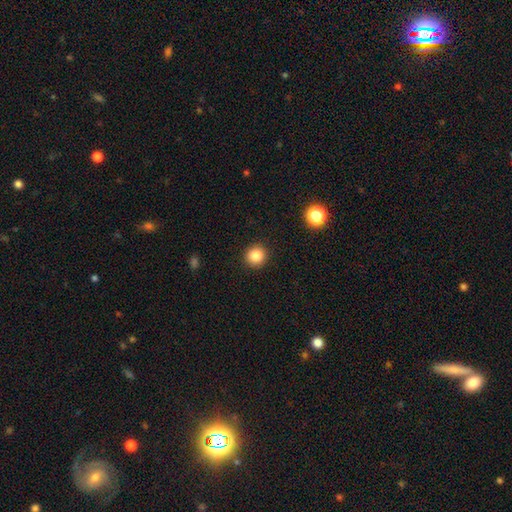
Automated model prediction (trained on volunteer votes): A smooth galaxy with no disk features (86%) that is round (92%). Merging: none (92%).